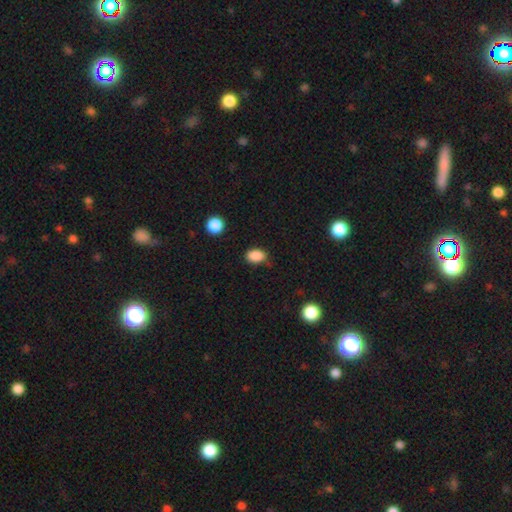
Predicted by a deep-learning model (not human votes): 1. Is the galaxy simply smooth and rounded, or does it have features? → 88% smooth, 9% star or artifact, 3% featured or disk.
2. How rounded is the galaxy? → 81% in between, 17% round, 1% cigar-shaped.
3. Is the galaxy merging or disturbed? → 77% none, 18% minor disturbance, 4% major disturbance, 2% merger.